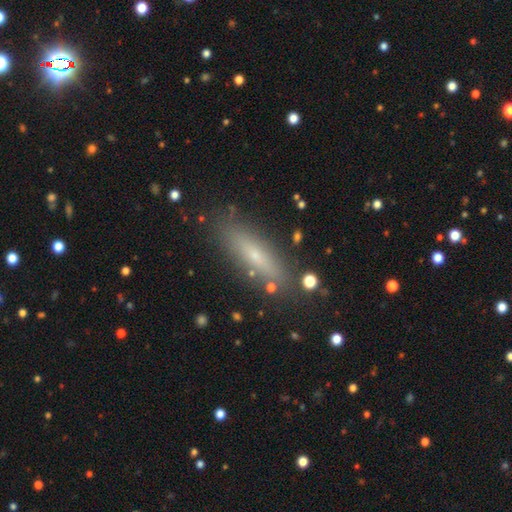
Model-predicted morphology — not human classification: smooth 57%, featured or disk 33%, star or artifact 10%. Down the decision tree: how rounded — cigar-shaped (68%); merging — none (83%).